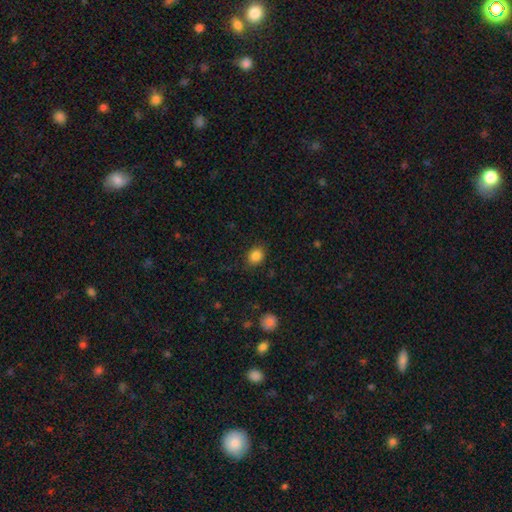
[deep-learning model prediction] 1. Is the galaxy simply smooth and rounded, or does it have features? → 85% smooth, 10% star or artifact, 5% featured or disk.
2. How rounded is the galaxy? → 54% round, 45% in between, 1% cigar-shaped.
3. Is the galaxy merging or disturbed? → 81% none, 14% minor disturbance, 4% major disturbance, 1% merger.